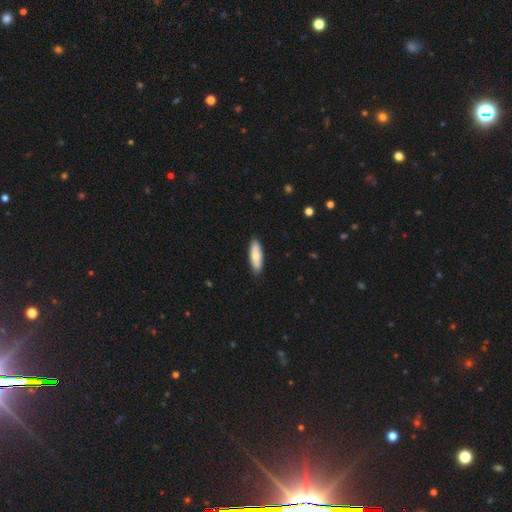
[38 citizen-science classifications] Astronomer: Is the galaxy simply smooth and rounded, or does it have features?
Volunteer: smooth — 84%.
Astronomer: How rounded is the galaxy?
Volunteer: cigar-shaped — 59% (runner-up: in between, 38%).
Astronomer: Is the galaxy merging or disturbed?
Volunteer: none — 86%.